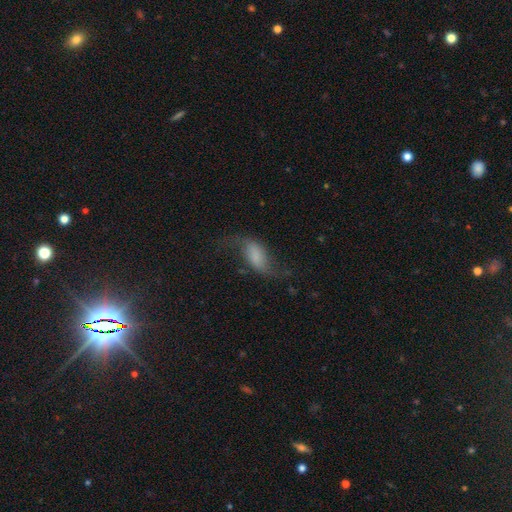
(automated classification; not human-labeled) Smooth or featured?
  - featured or disk: 58% *
  - smooth: 32%
  - star or artifact: 10%
Edge-on disk?
  - no: 93% *
  - yes: 7%
Bar?
  - no: 40% *
  - weak: 38%
  - strong: 22%
Spiral arms?
  - yes: 88% *
  - no: 12%
Bulge size?
  - none: 44% *
  - small: 21%
  - moderate: 14%
  - large: 13%
  - dominant: 8%
Merging?
  - none: 55% *
  - major disturbance: 23%
  - minor disturbance: 20%
  - merger: 3%